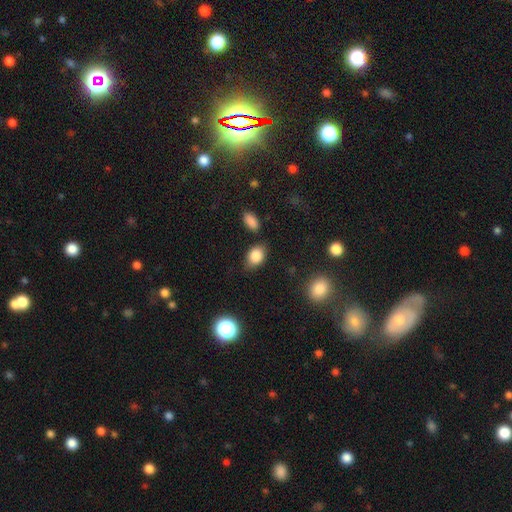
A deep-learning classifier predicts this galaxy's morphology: smooth-or-featured: smooth: 85% | star or artifact: 9% | featured or disk: 6%
  how-rounded: in between: 80% | round: 19% | cigar-shaped: 2%
  merging: none: 75% | minor disturbance: 16% | merger: 5% | major disturbance: 4%